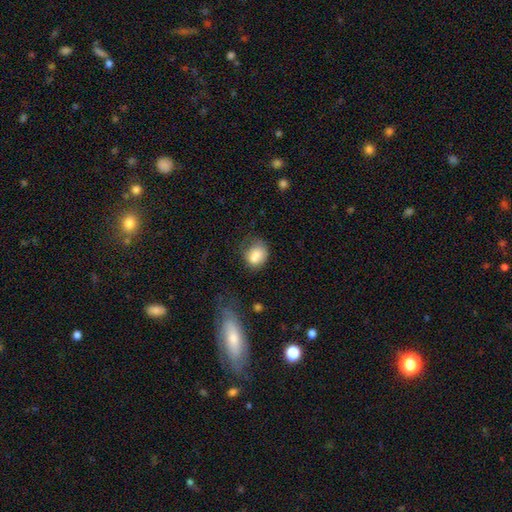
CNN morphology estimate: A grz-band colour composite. It shows a smooth galaxy with no disk features (81%) that is in between round and cigar-shaped (50%). Merging: none (47%).